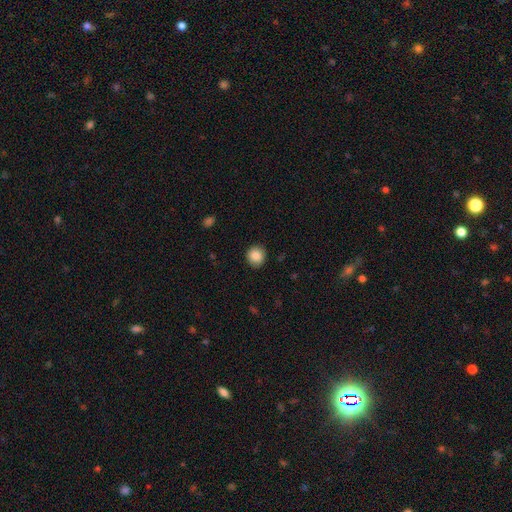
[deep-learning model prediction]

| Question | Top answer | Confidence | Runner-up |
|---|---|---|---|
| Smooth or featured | smooth | 87% | star or artifact (9%) |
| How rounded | round | 89% | in between (10%) |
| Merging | none | 91% | minor disturbance (7%) |